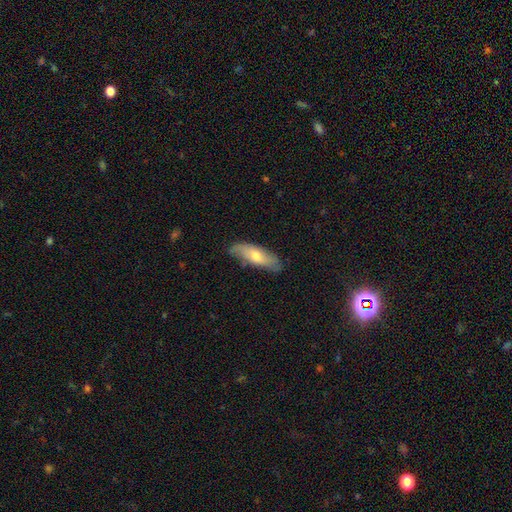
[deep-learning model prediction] smooth-or-featured: smooth: 60% | featured or disk: 34% | star or artifact: 6%
  how-rounded: in between: 58% | cigar-shaped: 40% | round: 2%
  merging: none: 75% | minor disturbance: 20% | major disturbance: 4% | merger: 2%